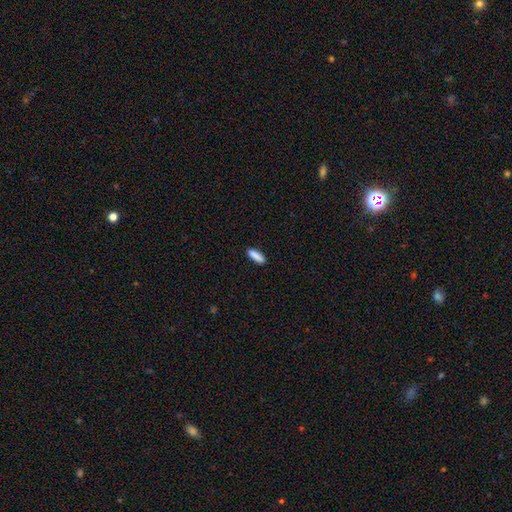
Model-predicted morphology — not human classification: A smooth galaxy with no disk features (89%) that is cigar-shaped (54%). Merging: none (89%).